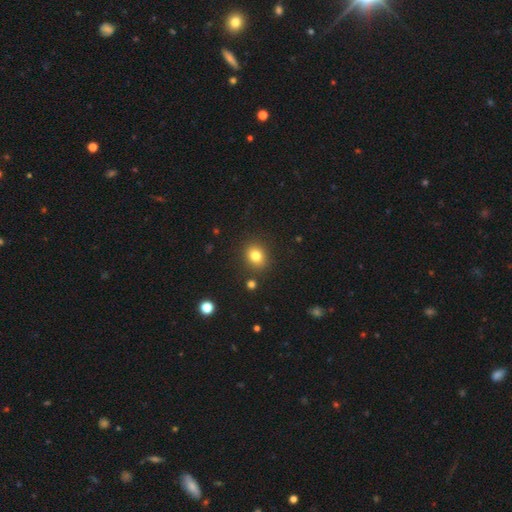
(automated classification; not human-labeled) smooth 80%, star or artifact 12%, featured or disk 7%. Down the decision tree: how rounded — round (66%); merging — none (86%).